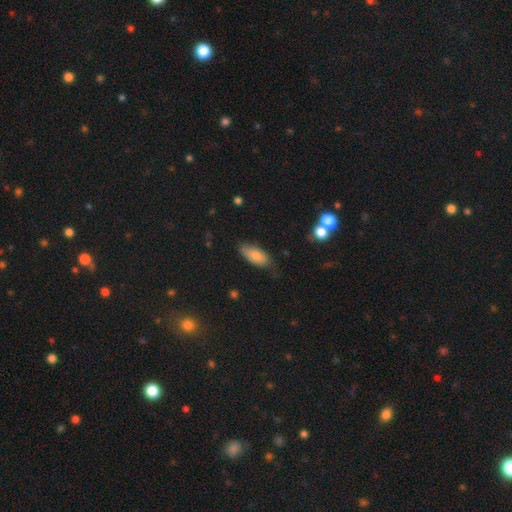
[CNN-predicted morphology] Smooth or featured?
  - smooth: 80% *
  - featured or disk: 13%
  - star or artifact: 7%
How rounded?
  - in between: 87% *
  - cigar-shaped: 10%
  - round: 2%
Merging?
  - none: 66% *
  - minor disturbance: 27%
  - major disturbance: 6%
  - merger: 2%